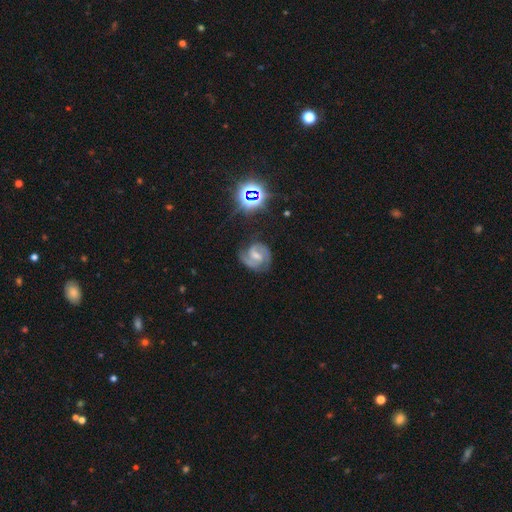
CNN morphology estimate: This is likely a featured or disk galaxy (79%). It is clearly not viewed edge-on (98%). Bar: possibly weak (54%). Spiral arm pattern: clearly yes (96%). Spiral arm count: clearly 2 (83%). Spiral winding: possibly medium (51%). Central bulge: marginally moderate (43%). Merging: likely none (70%).